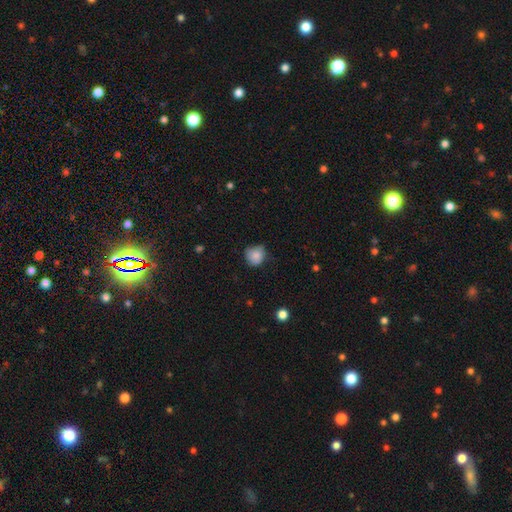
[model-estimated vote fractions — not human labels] Smooth or featured? Predicted: smooth (p=0.80). How rounded? Predicted: round (p=0.80). Merging? Predicted: none (p=0.63).